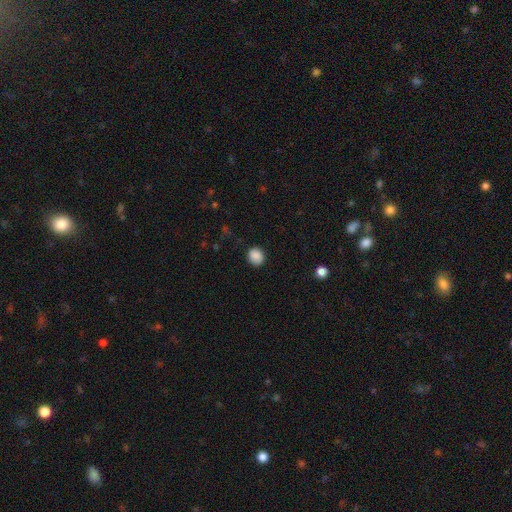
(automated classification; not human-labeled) smooth-or-featured: smooth: 87% | star or artifact: 9% | featured or disk: 4%
  how-rounded: round: 73% | in between: 26% | cigar-shaped: 1%
  merging: none: 84% | minor disturbance: 12% | major disturbance: 3% | merger: 1%